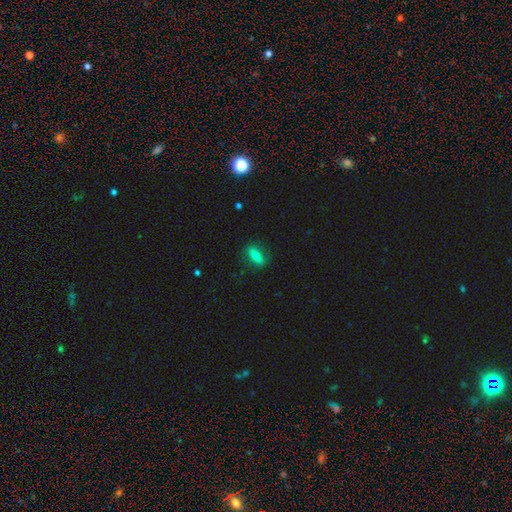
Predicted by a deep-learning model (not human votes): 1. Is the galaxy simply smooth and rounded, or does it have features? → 71% smooth, 20% featured or disk, 9% star or artifact.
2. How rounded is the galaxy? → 63% in between, 31% cigar-shaped, 5% round.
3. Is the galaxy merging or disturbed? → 78% none, 16% minor disturbance, 5% major disturbance, 1% merger.